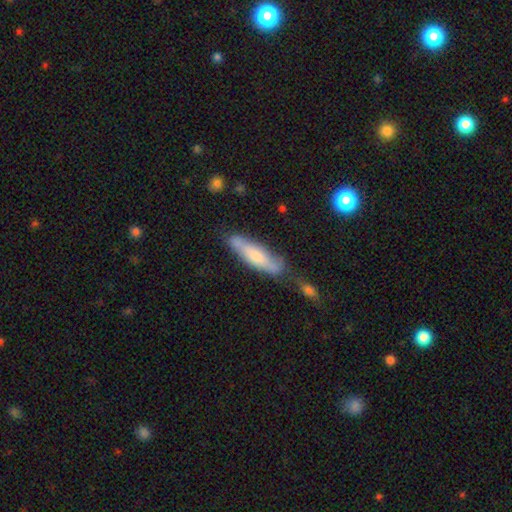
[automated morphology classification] smooth_or_featured: smooth (p=0.59) [alt: featured or disk p=0.35]
how_rounded: cigar-shaped (p=0.69) [alt: in between p=0.29]
merging: none (p=0.56) [alt: minor disturbance p=0.24]